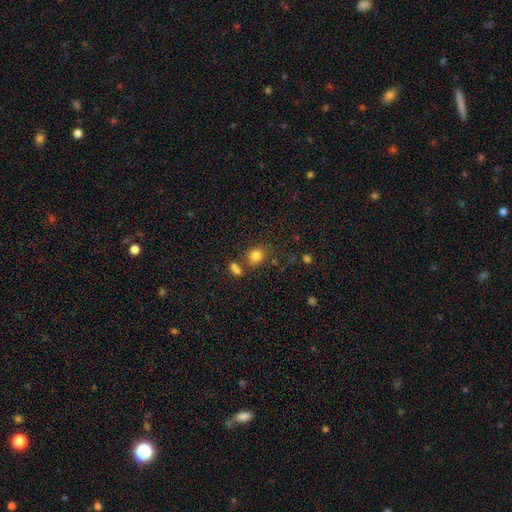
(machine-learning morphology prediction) Overall: smooth (81%). How rounded: round (61%; in between 38%). Merging: none (70%).